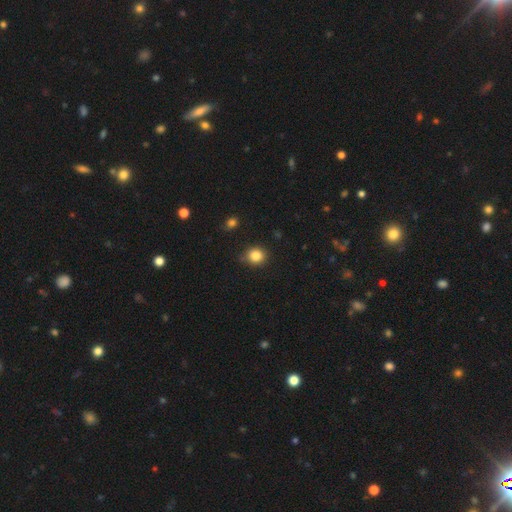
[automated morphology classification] A smooth galaxy with no disk features (84%) that is round (83%). Merging: none (81%).